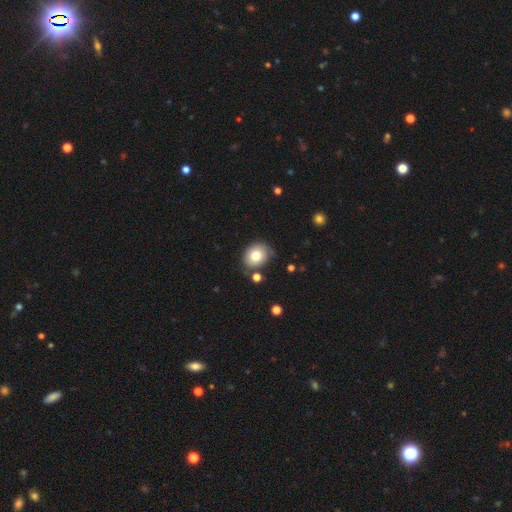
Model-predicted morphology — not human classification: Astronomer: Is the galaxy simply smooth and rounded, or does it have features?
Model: smooth — 77%.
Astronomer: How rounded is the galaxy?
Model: round — 54% (runner-up: in between, 45%).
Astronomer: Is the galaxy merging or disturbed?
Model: none — 73%.